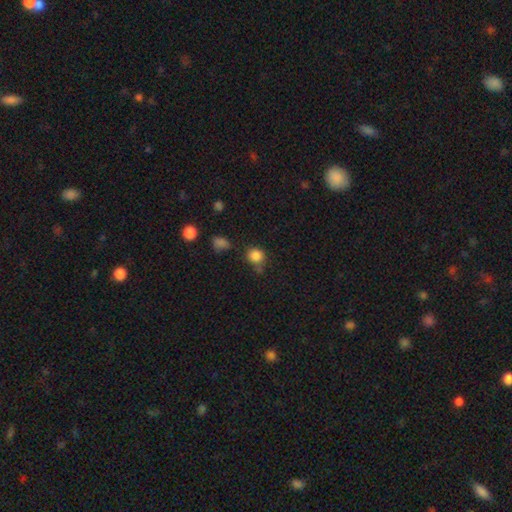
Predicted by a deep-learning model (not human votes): Overall: smooth (84%). How rounded: round (84%). Merging: none (65%).